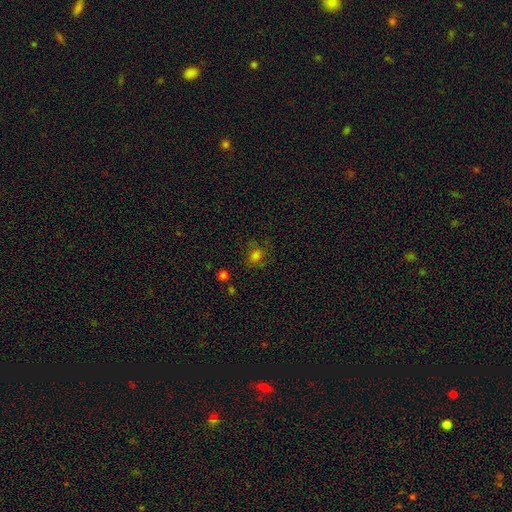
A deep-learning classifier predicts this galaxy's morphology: This is likely a smooth galaxy (68%). How rounded: possibly round (57%). Merging: likely none (62%).